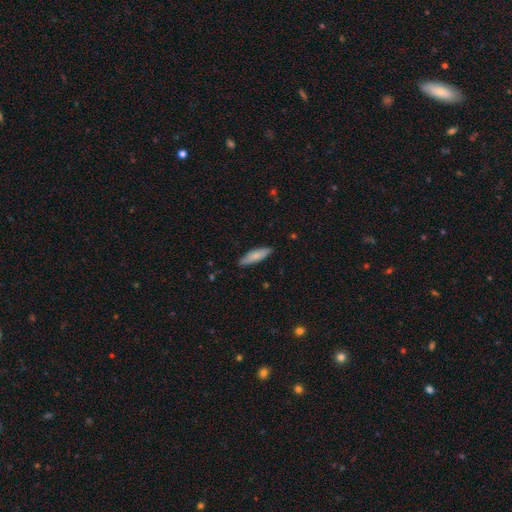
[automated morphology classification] A smooth galaxy with no disk features (76%) that is cigar-shaped (55%). Merging: none (85%).